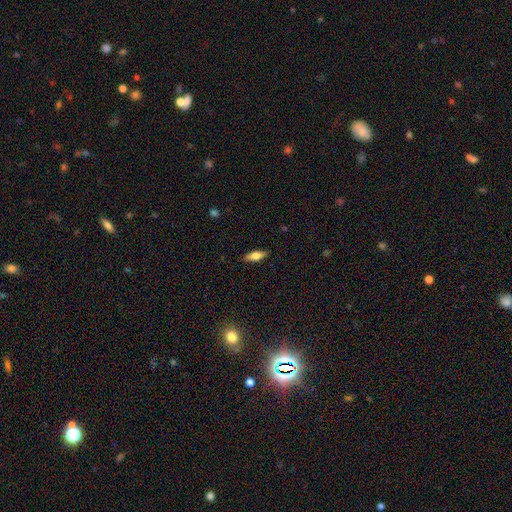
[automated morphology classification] smooth 60%, featured or disk 33%, star or artifact 7%. Down the decision tree: how rounded — in between (55%); merging — none (87%).